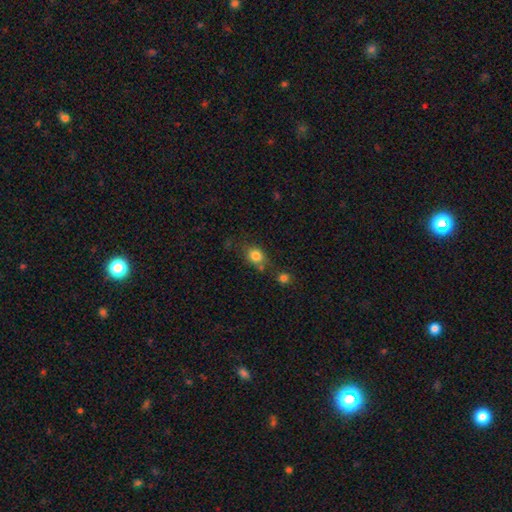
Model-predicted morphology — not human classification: This appears to be a smooth galaxy with no disk features (82%) that is round (64%). Merging: none (60%).